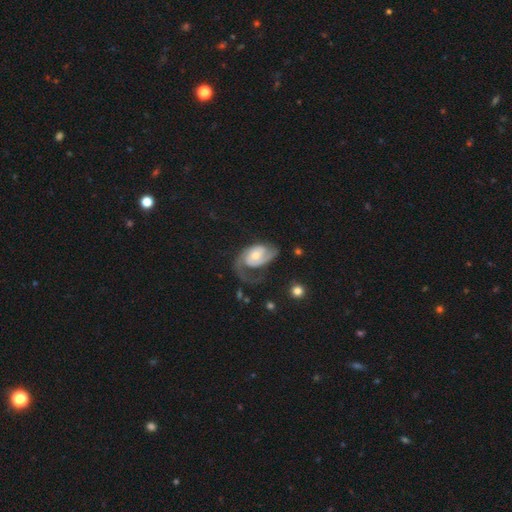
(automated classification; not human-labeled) Smooth or featured? featured or disk (79%)
Edge-on disk? no (97%)
Bar? no (62%)
Spiral arms? yes (93%)
Spiral winding? medium (42%)
Spiral arm count? 2 (55%)
Bulge size? moderate (54%)
Merging? none (39%)